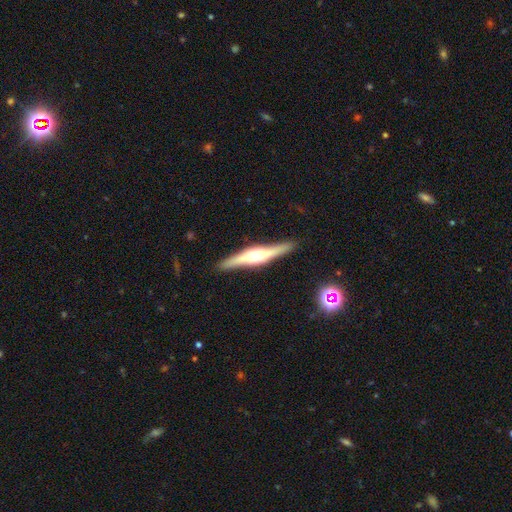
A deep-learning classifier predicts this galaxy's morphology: type=featured or disk (75%); edge-on=yes (96%); edge-on bulge=rounded (87%); merging=none (89%).